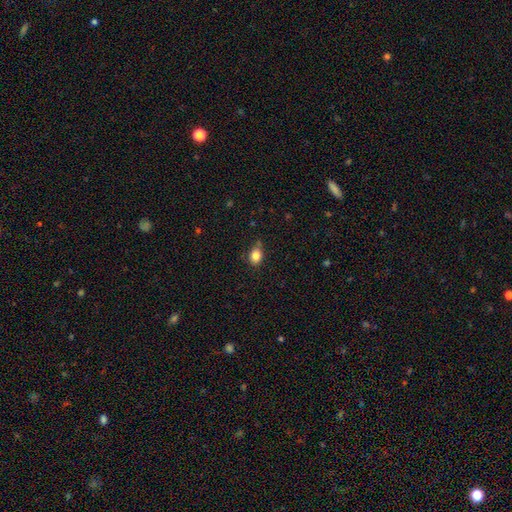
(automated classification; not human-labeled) Morphology: type=smooth (83%); roundness=in between (57%); merging=none (65%).